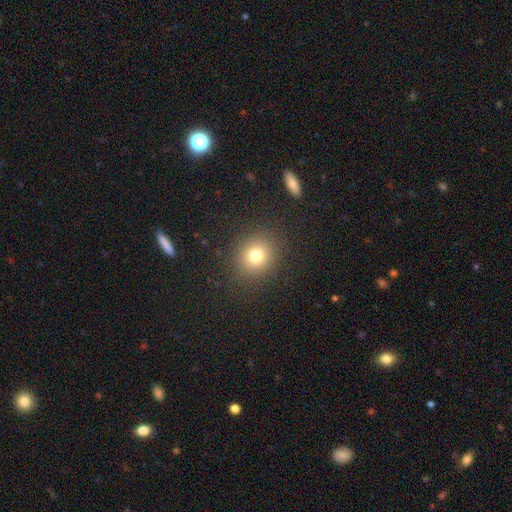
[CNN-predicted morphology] Smooth or featured? Predicted: smooth (p=0.78). How rounded? Predicted: round (p=0.77). Merging? Predicted: none (p=0.88).